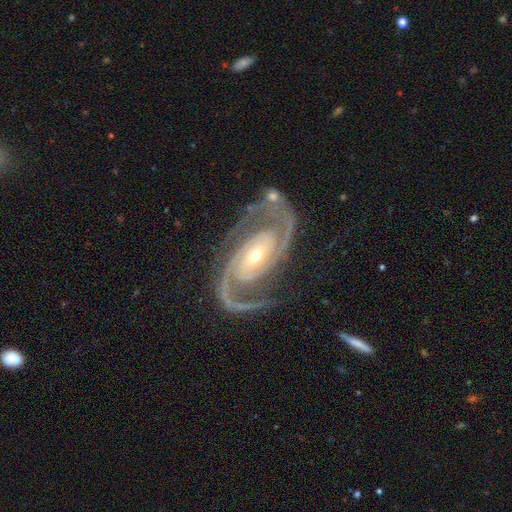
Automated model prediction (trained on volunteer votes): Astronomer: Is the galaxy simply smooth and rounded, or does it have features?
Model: featured or disk — 93%.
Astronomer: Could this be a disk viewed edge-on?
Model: no — 97%.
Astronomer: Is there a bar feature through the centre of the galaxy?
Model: no — 44% (runner-up: weak, 31%).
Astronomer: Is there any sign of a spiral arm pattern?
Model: yes — 99%.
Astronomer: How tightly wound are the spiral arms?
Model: medium — 50% (runner-up: tight, 40%).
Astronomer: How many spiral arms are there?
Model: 2 — 91%.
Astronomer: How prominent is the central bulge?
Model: small — 54% (runner-up: moderate, 43%).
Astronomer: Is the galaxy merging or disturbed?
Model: none — 76%.